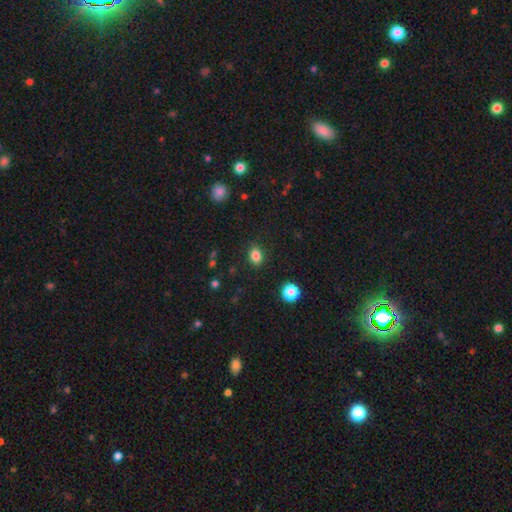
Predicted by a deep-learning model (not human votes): A smooth galaxy with no disk features (84%) that is in between round and cigar-shaped (68%). Merging: none (87%).